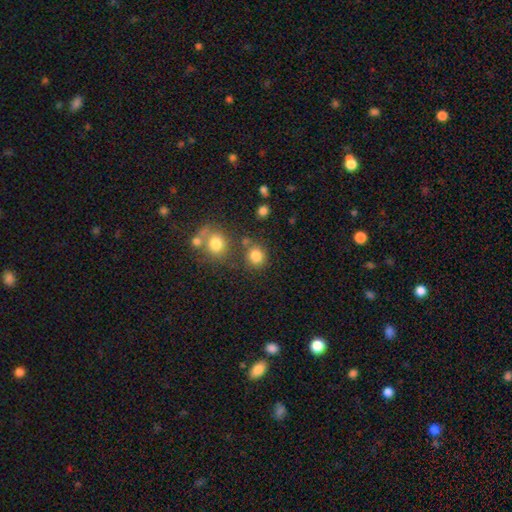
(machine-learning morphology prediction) This is clearly a smooth galaxy (81%). How rounded: clearly round (83%). Merging: likely none (71%).